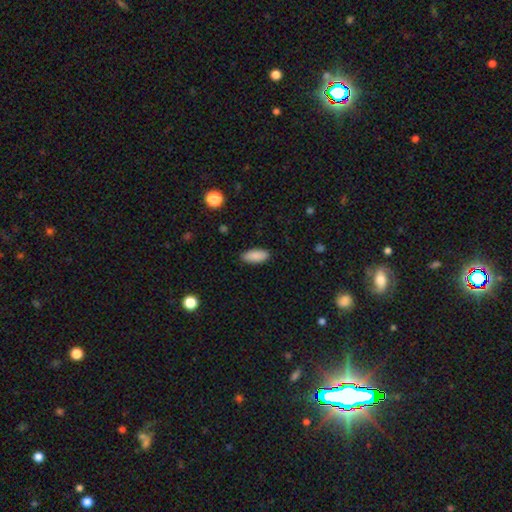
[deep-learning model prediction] Q: Smooth or featured?
A: smooth (89%); runner-up: star or artifact (7%)
Q: How rounded?
A: in between (88%); runner-up: cigar-shaped (10%)
Q: Merging?
A: none (88%); runner-up: minor disturbance (9%)